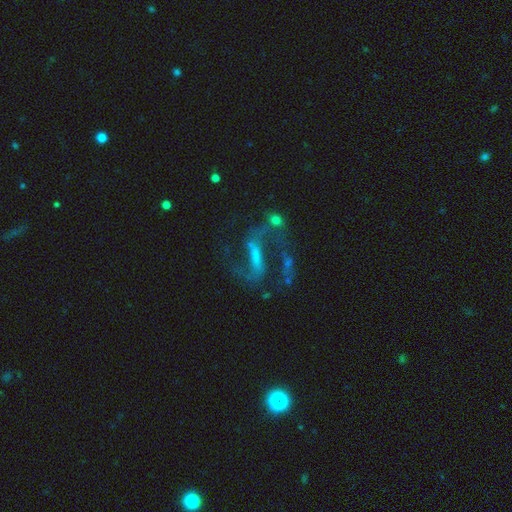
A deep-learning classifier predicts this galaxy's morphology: The model was most divided on "bulge size" (2-way tie): small: 35%, none: 35%, moderate: 24%, large: 5%, dominant: 1%. More confident: edge-on disk — no (94%); spiral arms — yes (91%); spiral arm count — 2 (90%); smooth or featured — featured or disk (82%); spiral winding — loose (60%); merging — none (53%); bar — strong (51%).